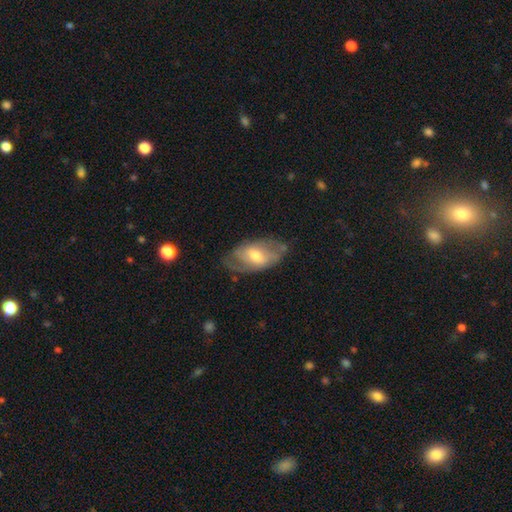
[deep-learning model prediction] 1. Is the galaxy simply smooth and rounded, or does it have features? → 57% featured or disk, 36% smooth, 6% star or artifact.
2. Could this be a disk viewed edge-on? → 91% no, 9% yes.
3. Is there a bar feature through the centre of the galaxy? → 46% weak, 39% no, 16% strong.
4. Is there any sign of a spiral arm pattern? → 65% yes, 35% no.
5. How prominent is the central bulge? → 65% moderate, 25% small, 7% large, 1% none, 1% dominant.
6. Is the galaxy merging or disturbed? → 60% none, 27% minor disturbance, 11% major disturbance, 2% merger.